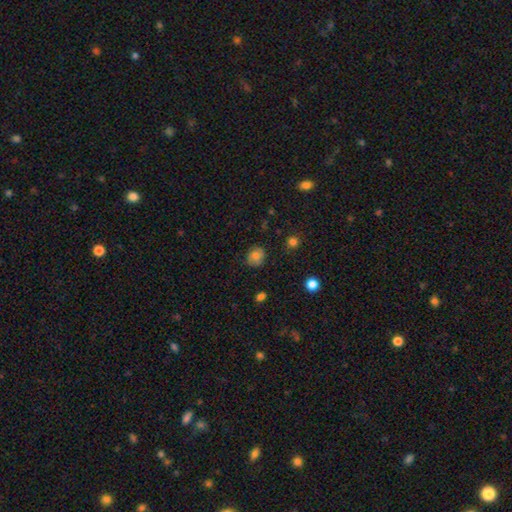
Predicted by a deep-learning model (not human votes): Smooth or featured: smooth — 78% (star or artifact — 11%)
How rounded: round — 64% (in between — 35%)
Merging: none — 78% (minor disturbance — 17%)